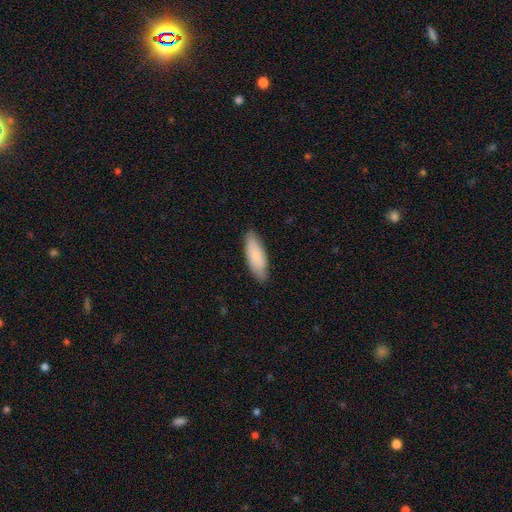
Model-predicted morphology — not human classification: type=smooth (83%); roundness=in between (68%); merging=none (85%).